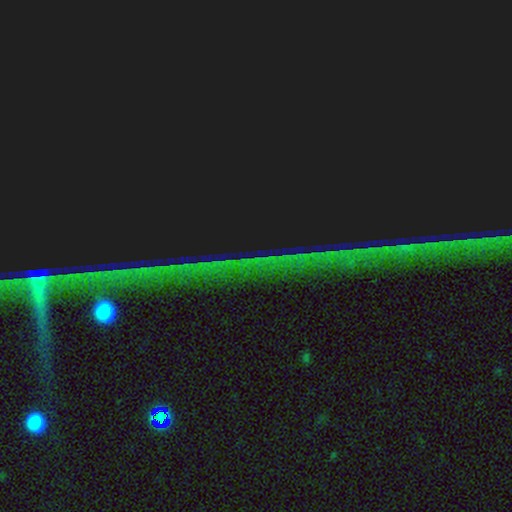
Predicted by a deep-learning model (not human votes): Smooth or featured?
  - star or artifact: 85% *
  - featured or disk: 8%
  - smooth: 7%